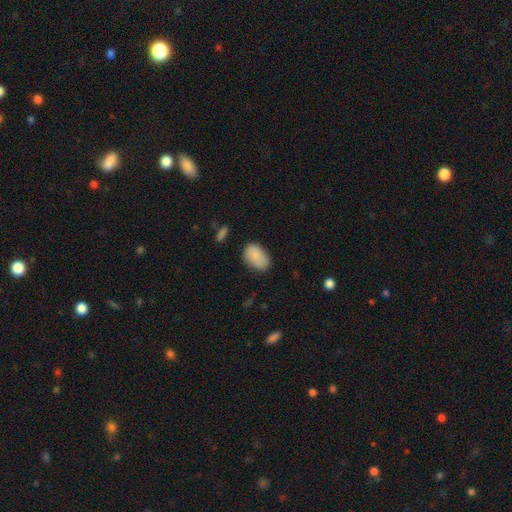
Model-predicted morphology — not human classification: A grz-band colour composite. It shows a smooth galaxy with no disk features (86%) that is in between round and cigar-shaped (89%). Merging: none (75%).